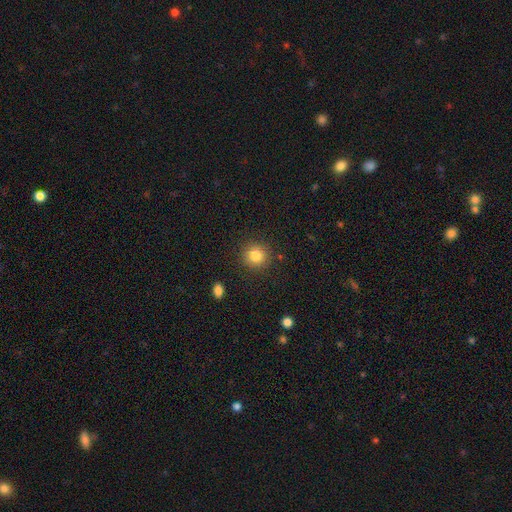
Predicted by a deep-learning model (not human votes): Q: Smooth or featured?
A: smooth (83%); runner-up: star or artifact (11%)
Q: How rounded?
A: round (92%); runner-up: in between (7%)
Q: Merging?
A: none (89%); runner-up: minor disturbance (7%)